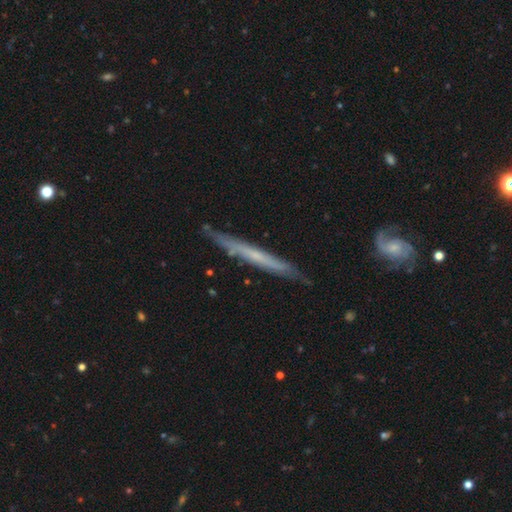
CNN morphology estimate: Smooth or featured: featured or disk — 61% (smooth — 33%)
Edge-on disk: yes — 89% (no — 11%)
Edge-on bulge: none — 78% (rounded — 17%)
Merging: none — 81% (minor disturbance — 15%)